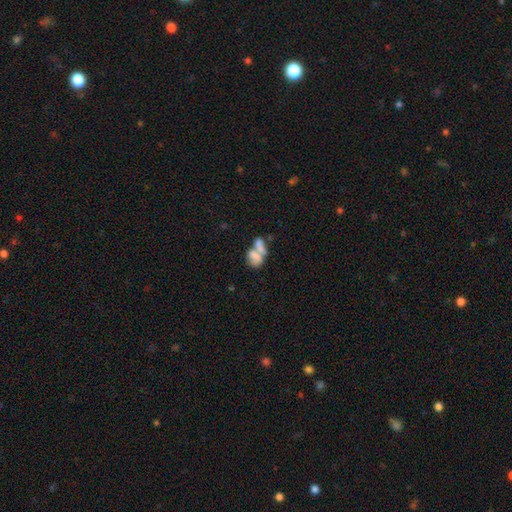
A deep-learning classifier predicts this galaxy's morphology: This is likely a smooth galaxy (66%). How rounded: clearly in between (81%). Merging: likely merger (65%).